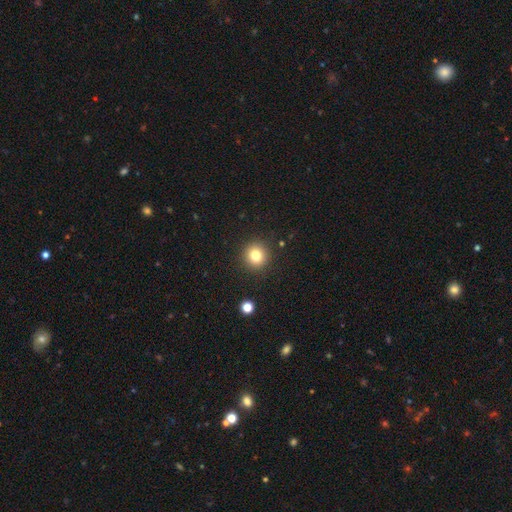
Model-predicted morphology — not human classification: Overall: smooth (79%). How rounded: round (94%). Merging: none (91%).